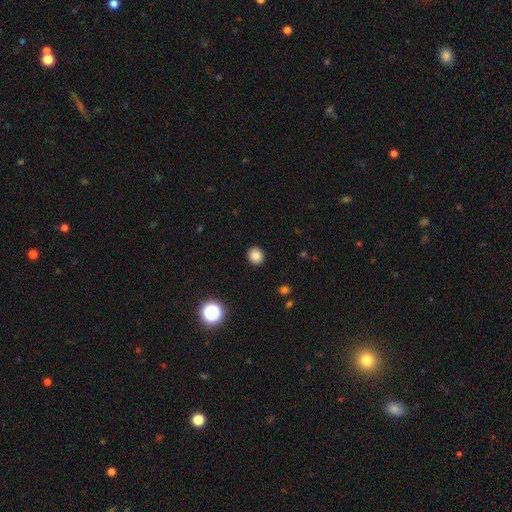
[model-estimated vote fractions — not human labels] Smooth or featured? smooth (84%)
How rounded? round (80%)
Merging? none (91%)